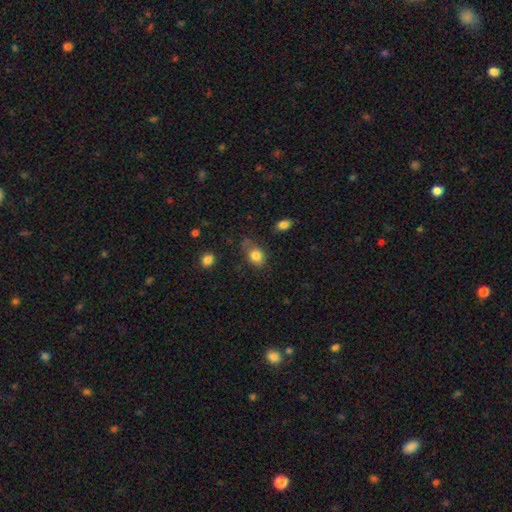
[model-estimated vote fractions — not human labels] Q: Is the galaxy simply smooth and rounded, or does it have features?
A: smooth — 83%.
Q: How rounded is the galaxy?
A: in between — 66%.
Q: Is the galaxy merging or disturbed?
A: none — 62%.